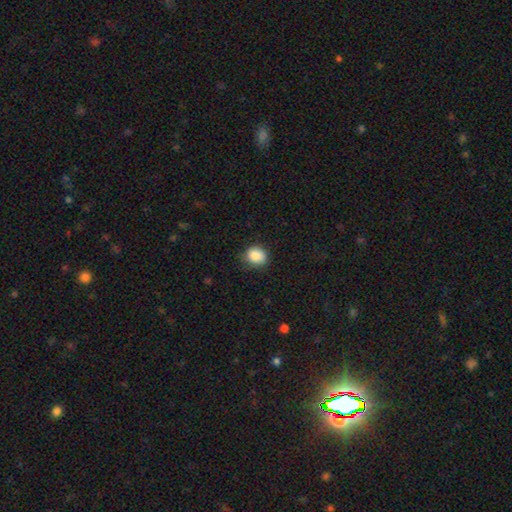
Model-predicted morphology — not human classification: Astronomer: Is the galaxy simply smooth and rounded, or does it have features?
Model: smooth — 88%.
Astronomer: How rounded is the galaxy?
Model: round — 62%.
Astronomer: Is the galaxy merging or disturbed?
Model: none — 76%.